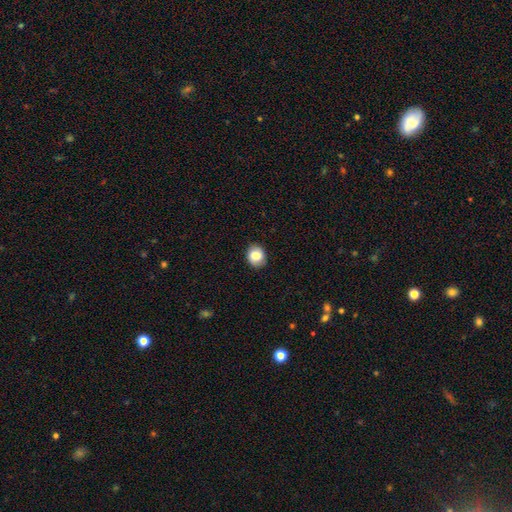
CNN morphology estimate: Q: Smooth or featured?
A: smooth (82%); runner-up: featured or disk (9%)
Q: How rounded?
A: round (66%); runner-up: in between (33%)
Q: Merging?
A: none (87%); runner-up: minor disturbance (10%)